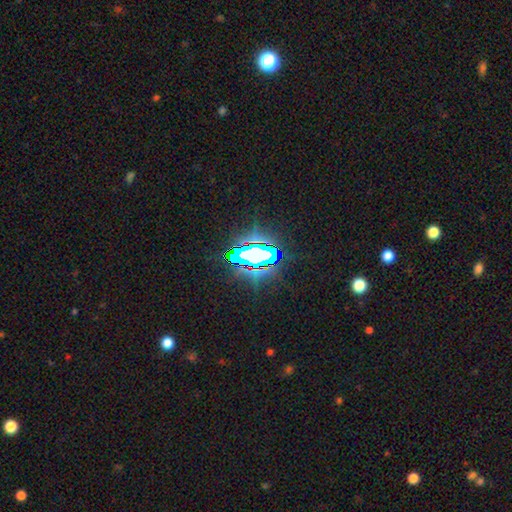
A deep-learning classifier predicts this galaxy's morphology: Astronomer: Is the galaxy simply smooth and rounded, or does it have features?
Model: star or artifact — 71%.